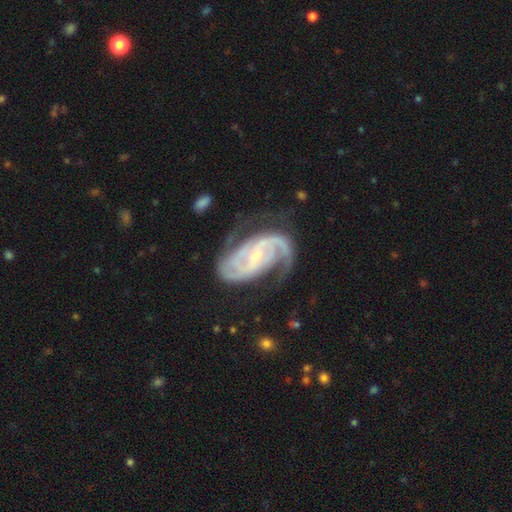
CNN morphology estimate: This is clearly a featured or disk galaxy (92%). It is clearly not viewed edge-on (97%). Bar: marginally weak (40%). Spiral arm pattern: clearly yes (98%). Spiral arm count: likely 2 (70%). Spiral winding: possibly medium (48%). Central bulge: likely small (66%). Merging: likely none (62%).